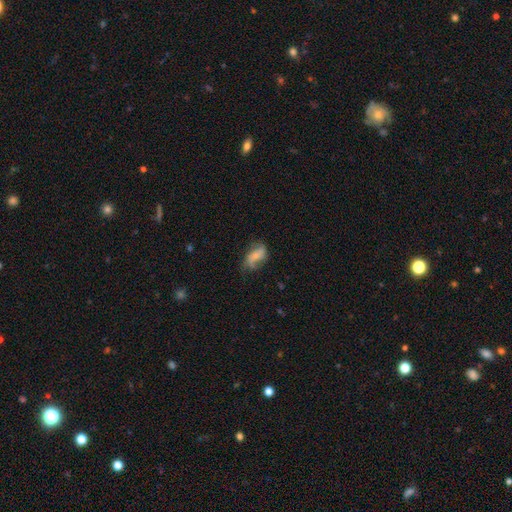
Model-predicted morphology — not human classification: Q: Smooth or featured?
A: featured or disk (55%); runner-up: smooth (37%)
Q: Edge-on disk?
A: no (95%); runner-up: yes (5%)
Q: Bar?
A: no (53%); runner-up: weak (31%)
Q: Spiral arms?
A: yes (86%); runner-up: no (14%)
Q: Bulge size?
A: small (57%); runner-up: moderate (27%)
Q: Merging?
A: none (57%); runner-up: minor disturbance (27%)